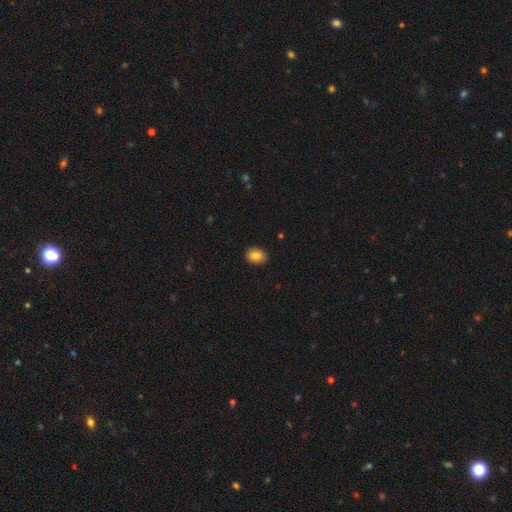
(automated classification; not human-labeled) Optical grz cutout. It shows a smooth galaxy with no disk features (84%) that is in between round and cigar-shaped (61%). Merging: none (89%).